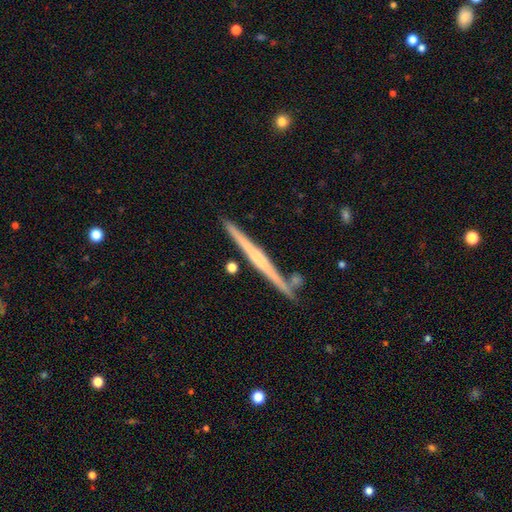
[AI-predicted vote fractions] This appears to be a featured or disk galaxy (64%) viewed edge-on (98%) with no central bulge (61%). Merging: none (85%).